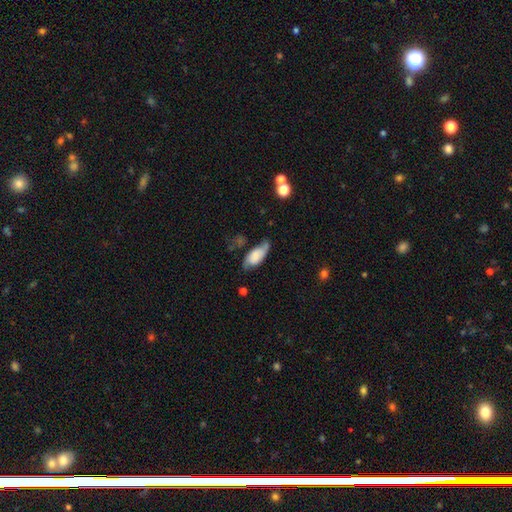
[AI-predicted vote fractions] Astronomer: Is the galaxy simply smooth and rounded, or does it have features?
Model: smooth — 55% (runner-up: featured or disk, 37%).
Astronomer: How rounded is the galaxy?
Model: in between — 84%.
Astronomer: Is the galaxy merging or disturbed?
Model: none — 56%.